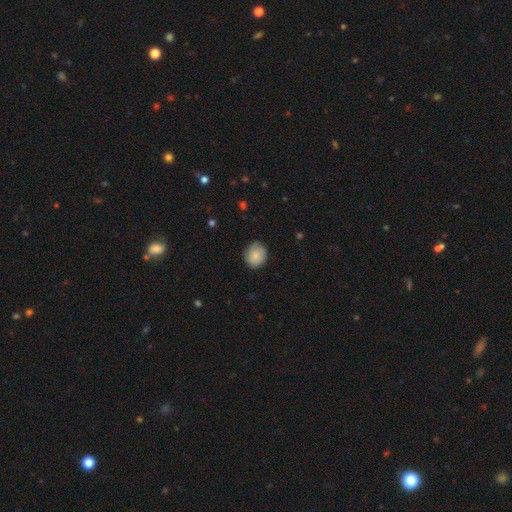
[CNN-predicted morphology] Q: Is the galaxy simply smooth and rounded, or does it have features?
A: smooth — 83%.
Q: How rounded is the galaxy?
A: round — 67%.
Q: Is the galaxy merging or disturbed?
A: none — 76%.